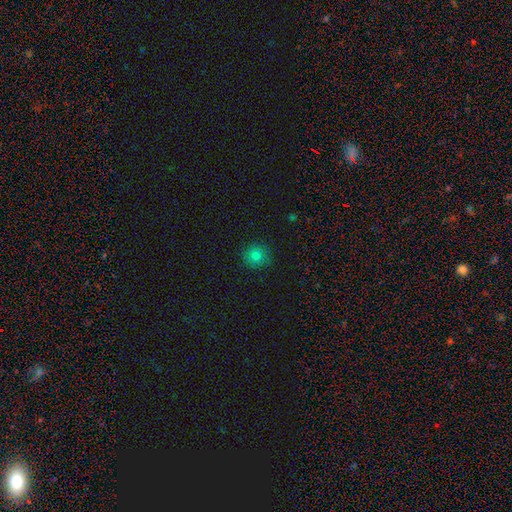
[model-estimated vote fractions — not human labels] A smooth galaxy with no disk features (79%) that is round (92%).

Vote fractions:
- Smooth or featured? smooth: 79% / star or artifact: 13% / featured or disk: 8%
- How rounded? round: 92% / in between: 7% / cigar-shaped: 1%
- Merging? none: 89% / minor disturbance: 8% / major disturbance: 2% / merger: 1%